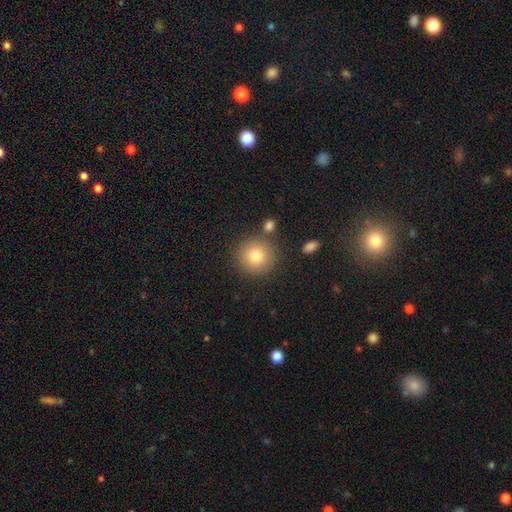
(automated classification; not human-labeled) Q: Smooth or featured?
A: smooth (80%); runner-up: star or artifact (10%)
Q: How rounded?
A: round (94%); runner-up: in between (5%)
Q: Merging?
A: none (80%); runner-up: minor disturbance (8%)